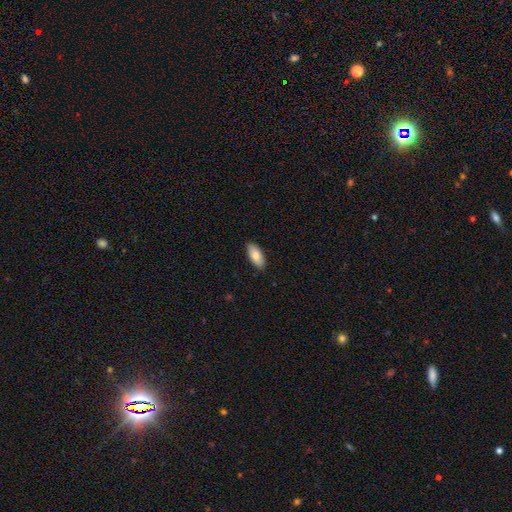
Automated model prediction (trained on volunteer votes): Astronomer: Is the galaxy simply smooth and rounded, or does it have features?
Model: smooth — 83%.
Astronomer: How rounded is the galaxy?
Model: in between — 88%.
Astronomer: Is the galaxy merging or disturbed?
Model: none — 89%.